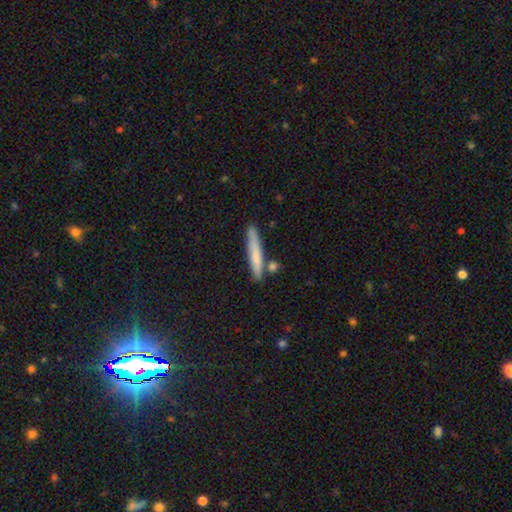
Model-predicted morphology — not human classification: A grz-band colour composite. It shows a smooth galaxy with no disk features (71%) that is cigar-shaped (94%). Merging: none (77%).